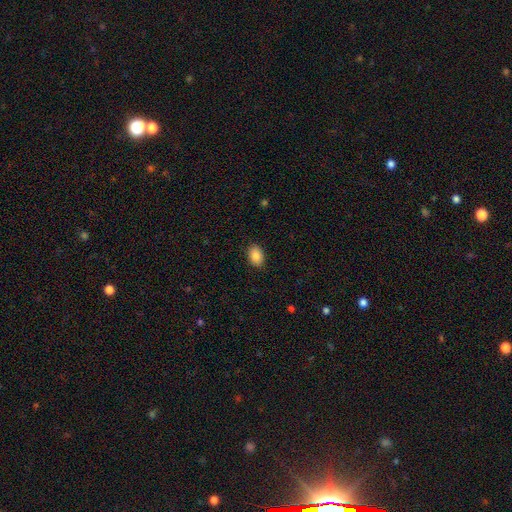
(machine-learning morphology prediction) Overall: smooth (86%). How rounded: in between (84%). Merging: none (88%).